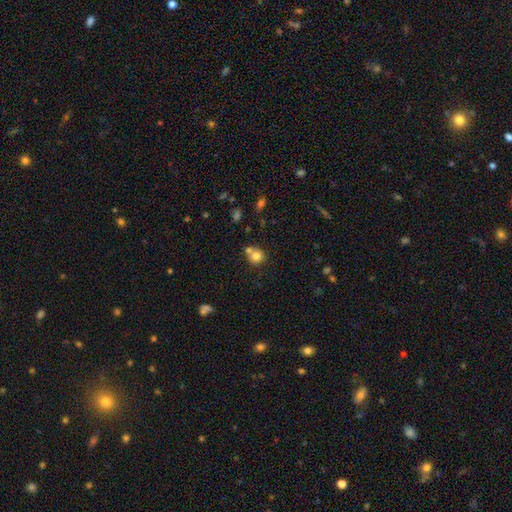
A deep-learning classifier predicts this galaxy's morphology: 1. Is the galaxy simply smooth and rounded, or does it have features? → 79% smooth, 11% star or artifact, 10% featured or disk.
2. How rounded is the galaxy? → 86% round, 13% in between, 1% cigar-shaped.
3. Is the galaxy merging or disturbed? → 52% none, 35% merger, 9% minor disturbance, 3% major disturbance.